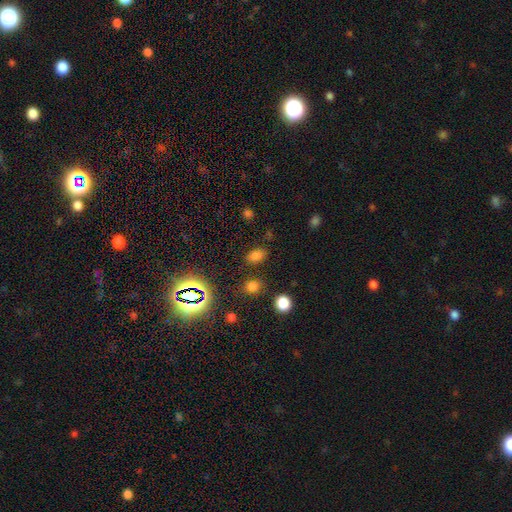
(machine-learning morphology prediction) This appears to be a smooth galaxy with no disk features (74%) that is in between round and cigar-shaped (82%). Merging: none (82%).